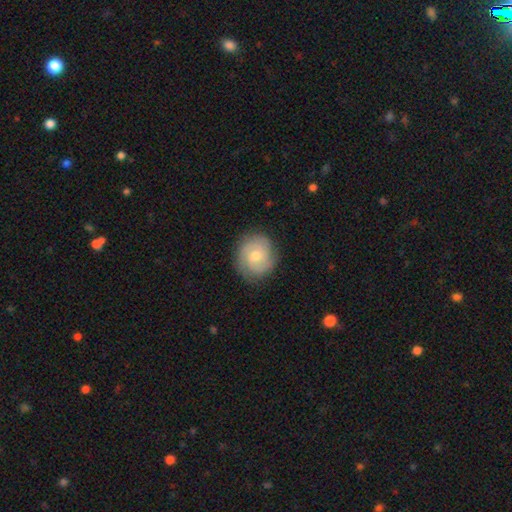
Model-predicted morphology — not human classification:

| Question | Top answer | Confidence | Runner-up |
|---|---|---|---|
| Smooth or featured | featured or disk | 63% | smooth (30%) |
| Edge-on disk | no | 97% | yes (3%) |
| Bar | no | 69% | weak (27%) |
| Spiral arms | yes | 90% | no (10%) |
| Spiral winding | tight | 64% | medium (29%) |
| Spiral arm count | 2 | 40% | can't tell (27%) |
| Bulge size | moderate | 58% | small (38%) |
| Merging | none | 82% | minor disturbance (13%) |